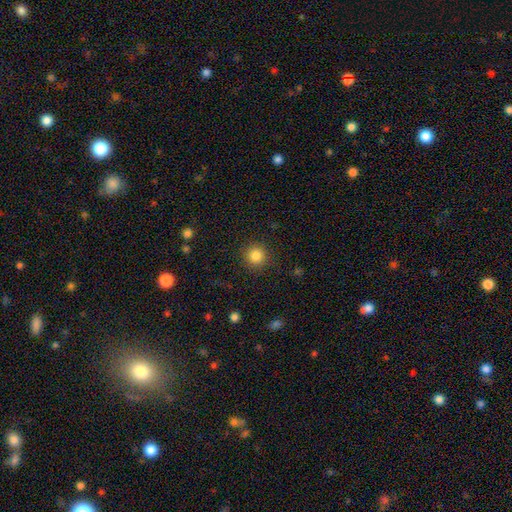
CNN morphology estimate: Overall: smooth (84%). How rounded: round (94%). Merging: none (90%).